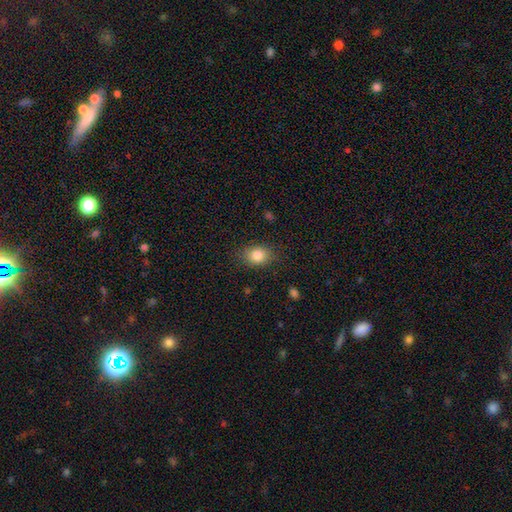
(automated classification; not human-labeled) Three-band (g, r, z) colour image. It shows a smooth galaxy with no disk features (83%) that is in between round and cigar-shaped (59%). Merging: none (85%).